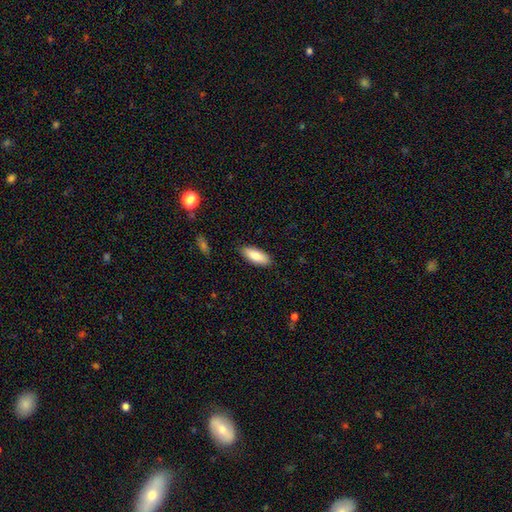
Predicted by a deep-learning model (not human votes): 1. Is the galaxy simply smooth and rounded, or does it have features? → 82% smooth, 12% featured or disk, 6% star or artifact.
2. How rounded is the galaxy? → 71% in between, 27% cigar-shaped, 2% round.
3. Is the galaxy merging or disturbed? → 87% none, 10% minor disturbance, 2% major disturbance, 1% merger.